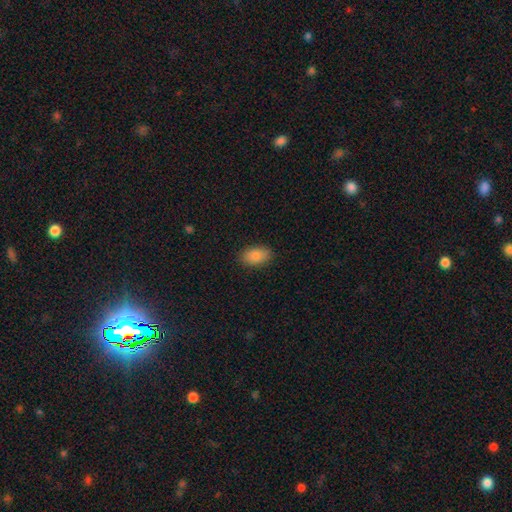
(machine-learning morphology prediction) A smooth galaxy with no disk features (87%) that is in between round and cigar-shaped (91%).

Vote fractions:
- Smooth or featured? smooth: 87% / star or artifact: 8% / featured or disk: 5%
- How rounded? in between: 91% / round: 7% / cigar-shaped: 2%
- Merging? none: 87% / minor disturbance: 10% / major disturbance: 2% / merger: 1%